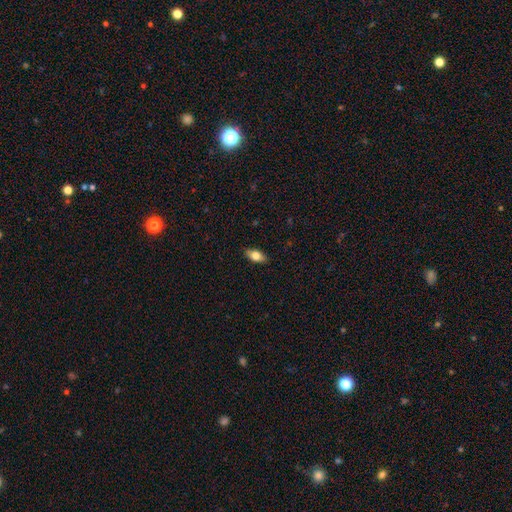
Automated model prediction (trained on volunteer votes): Smooth or featured?
  - smooth: 73% *
  - featured or disk: 20%
  - star or artifact: 7%
How rounded?
  - in between: 85% *
  - cigar-shaped: 11%
  - round: 4%
Merging?
  - none: 87% *
  - minor disturbance: 10%
  - major disturbance: 2%
  - merger: 1%